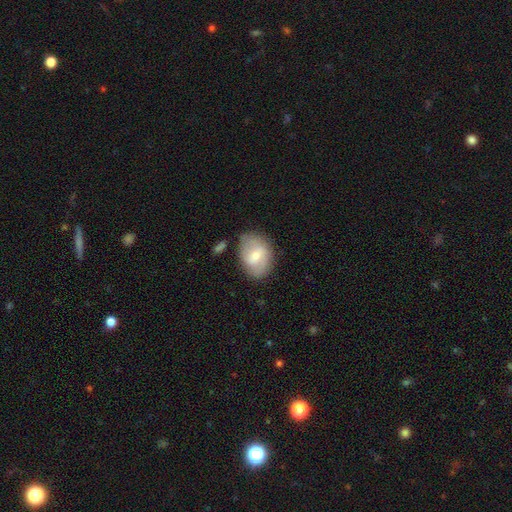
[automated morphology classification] Smooth or featured? smooth (51%)
How rounded? in between (73%)
Merging? none (72%)